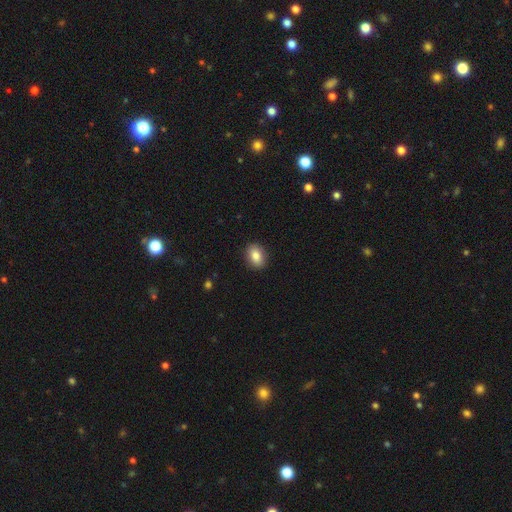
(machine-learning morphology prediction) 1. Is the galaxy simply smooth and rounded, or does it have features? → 84% smooth, 8% star or artifact, 7% featured or disk.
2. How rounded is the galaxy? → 70% in between, 29% round, 1% cigar-shaped.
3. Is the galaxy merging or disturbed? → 90% none, 7% minor disturbance, 2% major disturbance, 1% merger.